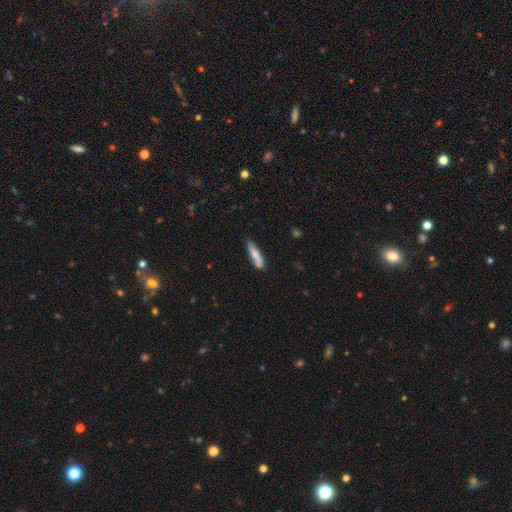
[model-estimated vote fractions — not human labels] Smooth or featured? smooth (73%)
How rounded? cigar-shaped (80%)
Merging? none (70%)